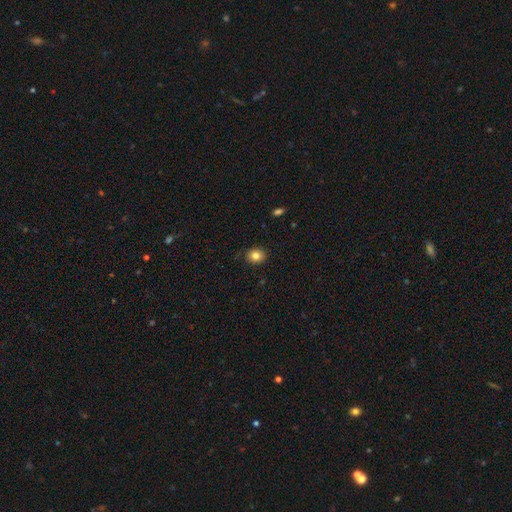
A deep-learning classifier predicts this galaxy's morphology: smooth-or-featured: smooth: 82% | star or artifact: 10% | featured or disk: 8%
  how-rounded: round: 61% | in between: 38% | cigar-shaped: 1%
  merging: none: 85% | minor disturbance: 12% | major disturbance: 2% | merger: 1%